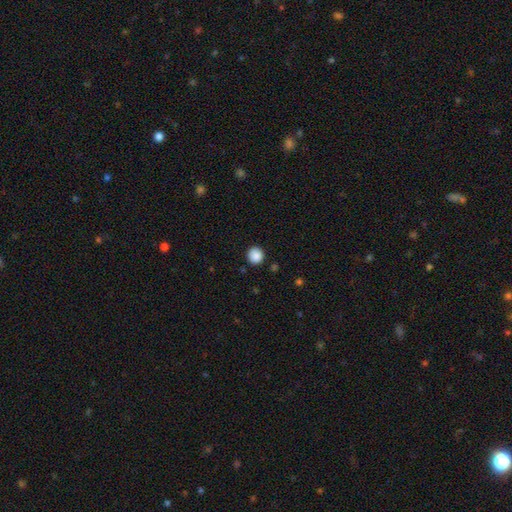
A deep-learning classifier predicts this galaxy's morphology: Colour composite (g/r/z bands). It shows a smooth galaxy with no disk features (88%) that is round (90%). Merging: none (90%).